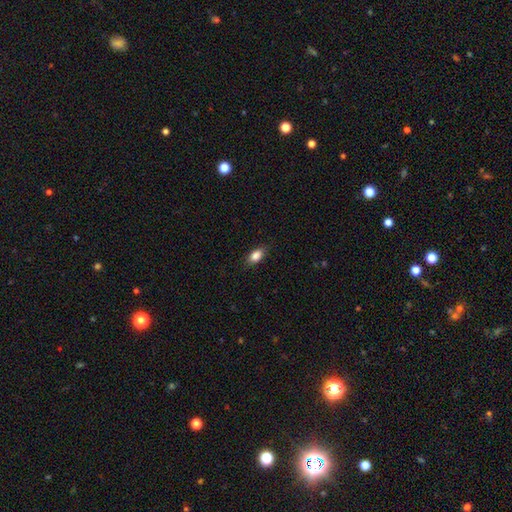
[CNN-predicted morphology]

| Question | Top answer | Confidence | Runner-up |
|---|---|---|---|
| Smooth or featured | smooth | 85% | star or artifact (8%) |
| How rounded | in between | 87% | cigar-shaped (7%) |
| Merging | none | 84% | minor disturbance (12%) |